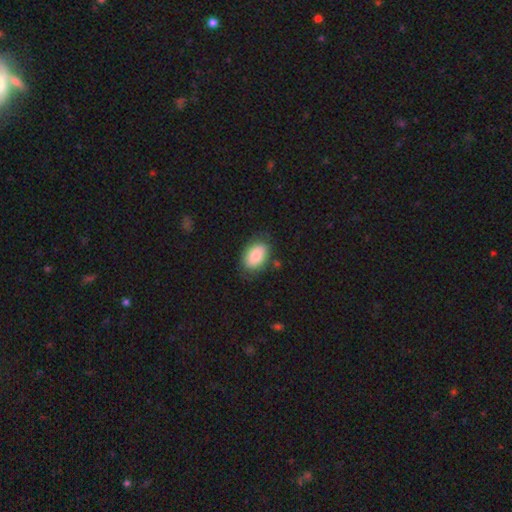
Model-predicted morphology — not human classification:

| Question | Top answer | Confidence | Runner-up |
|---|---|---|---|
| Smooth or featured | smooth | 83% | featured or disk (11%) |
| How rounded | in between | 88% | round (10%) |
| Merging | none | 76% | minor disturbance (17%) |